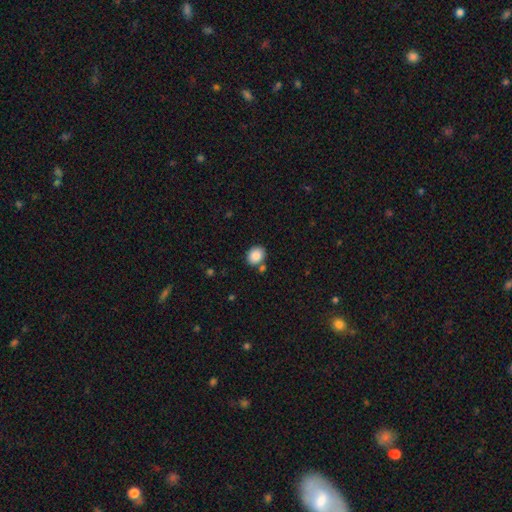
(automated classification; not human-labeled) The model was most divided on "how rounded": round: 56%, in between: 44%, cigar-shaped: 1%. More confident: smooth or featured — smooth (87%); merging — none (75%).